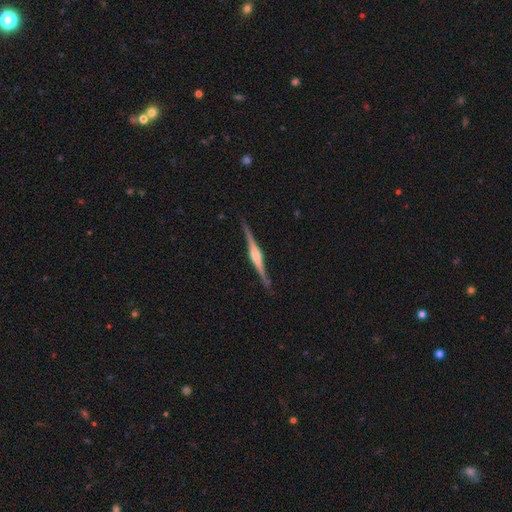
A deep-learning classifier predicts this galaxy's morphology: Smooth or featured? featured or disk (83%)
Edge-on disk? yes (98%)
Edge-on bulge? rounded (72%)
Merging? none (89%)